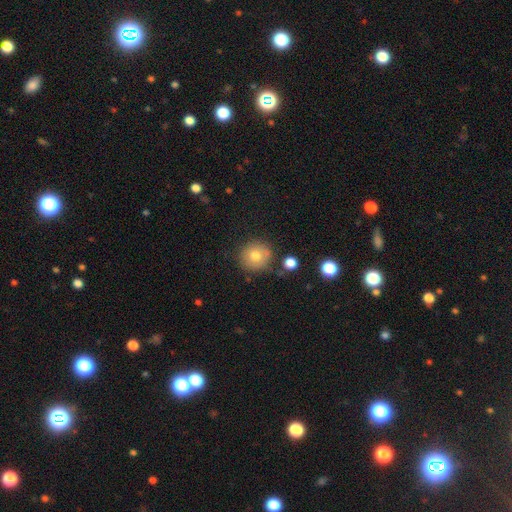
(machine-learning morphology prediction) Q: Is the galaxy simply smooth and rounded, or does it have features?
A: smooth — 75%.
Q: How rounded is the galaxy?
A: round — 92%.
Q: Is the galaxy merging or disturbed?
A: none — 80%.